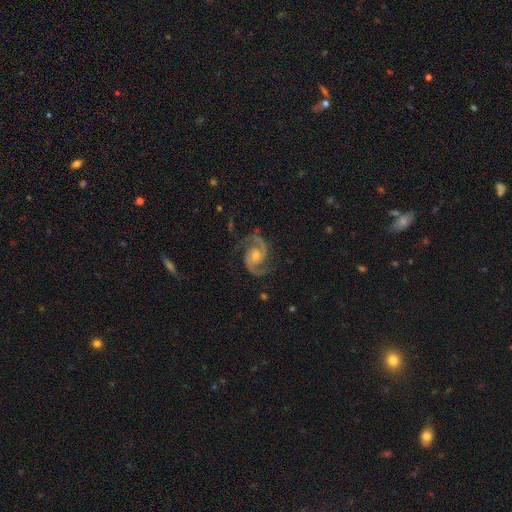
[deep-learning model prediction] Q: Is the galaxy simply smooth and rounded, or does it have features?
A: featured or disk — 92%.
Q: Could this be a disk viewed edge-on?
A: no — 98%.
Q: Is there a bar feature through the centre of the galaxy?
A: no — 61%.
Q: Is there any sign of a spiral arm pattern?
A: yes — 98%.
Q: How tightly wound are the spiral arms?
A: medium — 61%.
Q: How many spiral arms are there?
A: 2 — 94%.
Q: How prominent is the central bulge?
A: moderate — 65%.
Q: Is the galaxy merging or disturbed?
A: none — 80%.